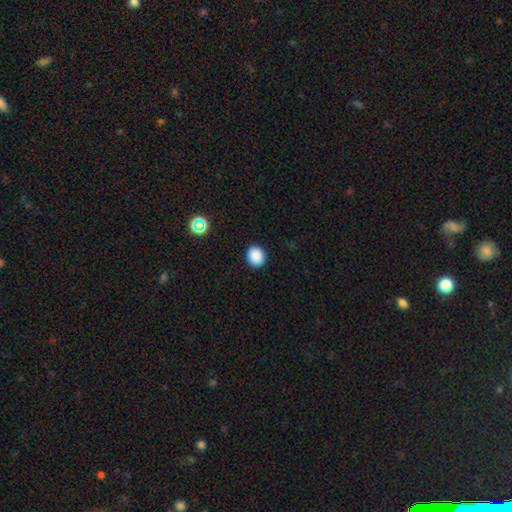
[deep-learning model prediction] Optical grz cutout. It shows a smooth galaxy with no disk features (87%) that is round (77%). Merging: none (91%).